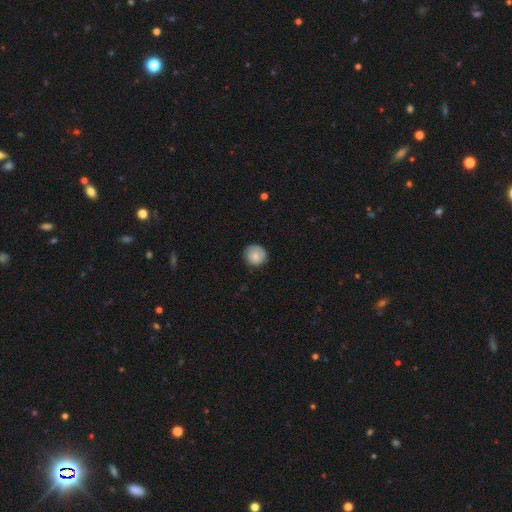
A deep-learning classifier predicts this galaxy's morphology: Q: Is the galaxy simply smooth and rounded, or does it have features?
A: smooth — 82%.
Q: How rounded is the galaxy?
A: round — 89%.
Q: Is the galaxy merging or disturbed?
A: none — 82%.